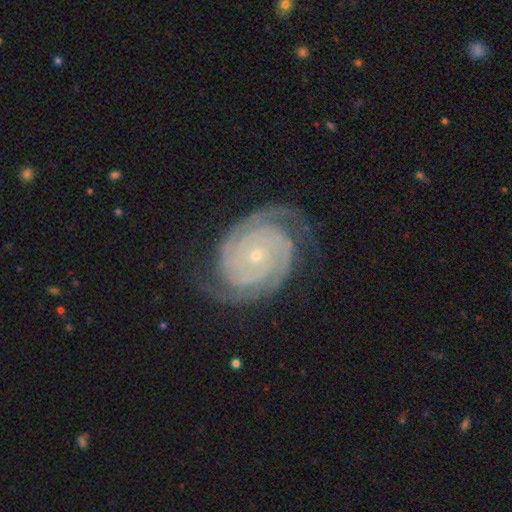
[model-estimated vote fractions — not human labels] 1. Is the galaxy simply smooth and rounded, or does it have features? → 92% featured or disk, 5% star or artifact, 3% smooth.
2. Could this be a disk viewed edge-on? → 98% no, 2% yes.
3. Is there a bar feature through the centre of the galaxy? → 79% no, 14% weak, 7% strong.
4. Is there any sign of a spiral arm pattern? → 99% yes, 1% no.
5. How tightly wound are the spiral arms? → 83% tight, 15% medium, 2% loose.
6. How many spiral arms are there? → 67% 2, 14% 3, 7% can't tell, 5% 4, 4% more than 4, 4% 1.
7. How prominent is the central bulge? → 79% small, 18% moderate, 1% none, 1% large, 1% dominant.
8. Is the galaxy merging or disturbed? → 79% none, 14% minor disturbance, 5% major disturbance, 1% merger.